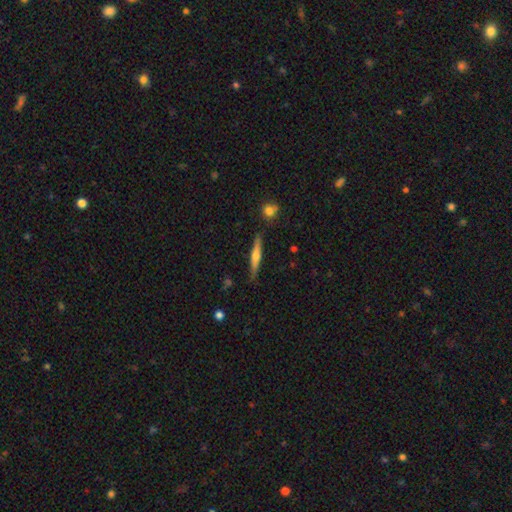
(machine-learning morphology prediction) Smooth or featured? Predicted: featured or disk (p=0.50). Edge-on disk? Predicted: yes (p=0.96). Merging? Predicted: none (p=0.85).